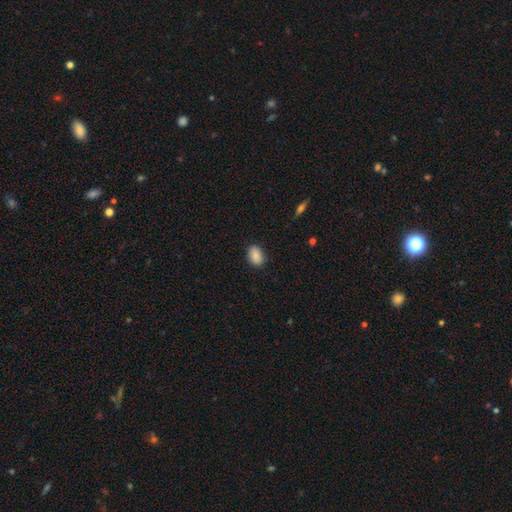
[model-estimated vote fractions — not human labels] smooth-or-featured: smooth: 89% | star or artifact: 7% | featured or disk: 4%
  how-rounded: in between: 86% | round: 12% | cigar-shaped: 2%
  merging: none: 86% | minor disturbance: 11% | major disturbance: 2% | merger: 1%